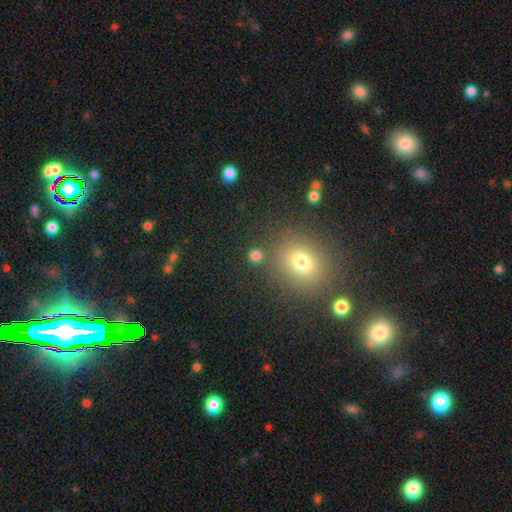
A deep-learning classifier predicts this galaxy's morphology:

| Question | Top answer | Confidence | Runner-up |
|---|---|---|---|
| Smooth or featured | smooth | 77% | star or artifact (17%) |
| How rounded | round | 89% | in between (10%) |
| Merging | none | 83% | merger (8%) |